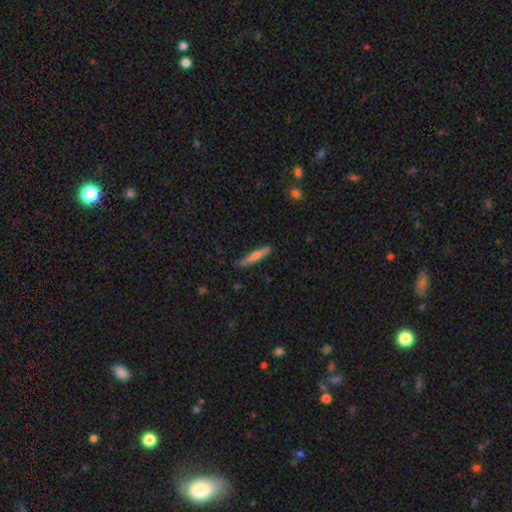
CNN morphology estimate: Smooth or featured?
  - smooth: 65% *
  - featured or disk: 29%
  - star or artifact: 6%
How rounded?
  - cigar-shaped: 93% *
  - in between: 5%
  - round: 1%
Merging?
  - none: 85% *
  - minor disturbance: 11%
  - major disturbance: 2%
  - merger: 1%